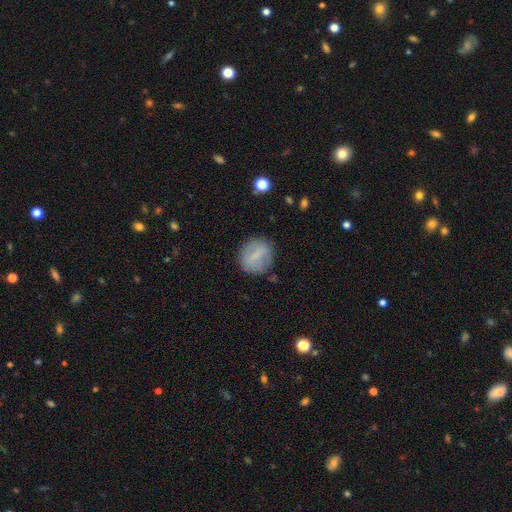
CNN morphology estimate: smooth 59%, featured or disk 33%, star or artifact 8%. Down the decision tree: how rounded — round (78%); merging — none (80%).